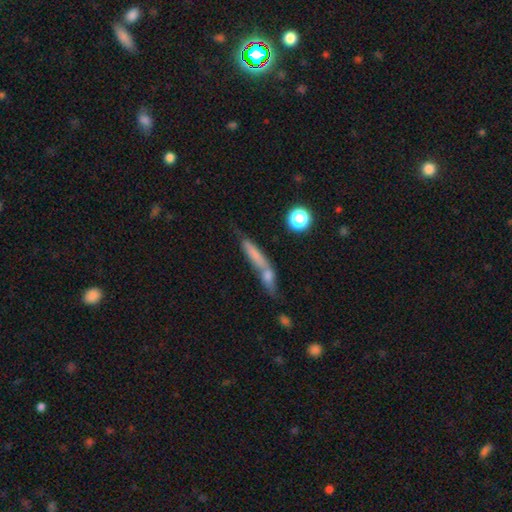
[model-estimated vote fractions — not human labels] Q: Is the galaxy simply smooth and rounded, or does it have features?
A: smooth — 60%.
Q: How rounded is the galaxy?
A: cigar-shaped — 79%.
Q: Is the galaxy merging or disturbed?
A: none — 41%.